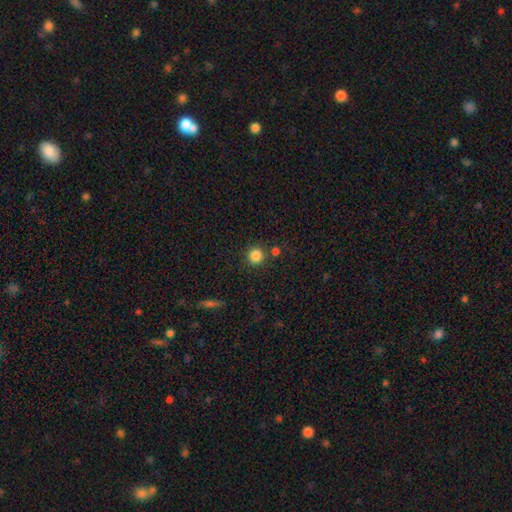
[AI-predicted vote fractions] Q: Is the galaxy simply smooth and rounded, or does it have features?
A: smooth — 84%.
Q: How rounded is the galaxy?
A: round — 93%.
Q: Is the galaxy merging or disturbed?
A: none — 82%.